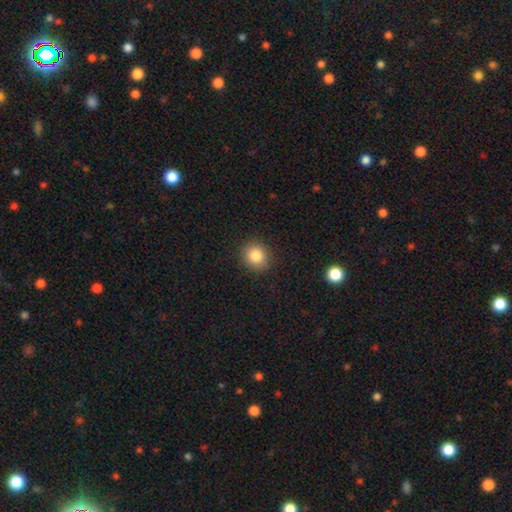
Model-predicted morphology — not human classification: This appears to be a smooth galaxy with no disk features (83%) that is round (80%). Merging: none (89%).